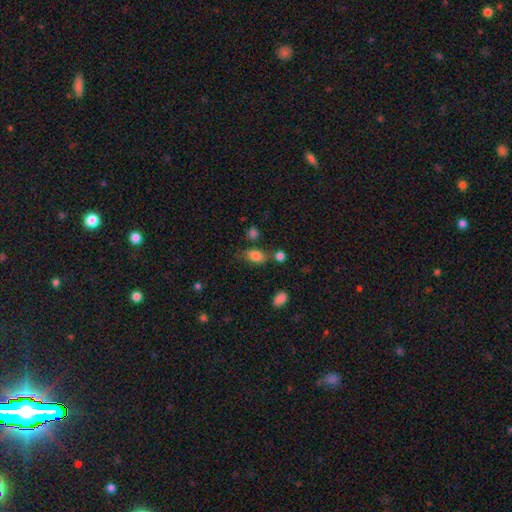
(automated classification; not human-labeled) A smooth galaxy with no disk features (82%) that is in between round and cigar-shaped (85%). Merging: none (63%).